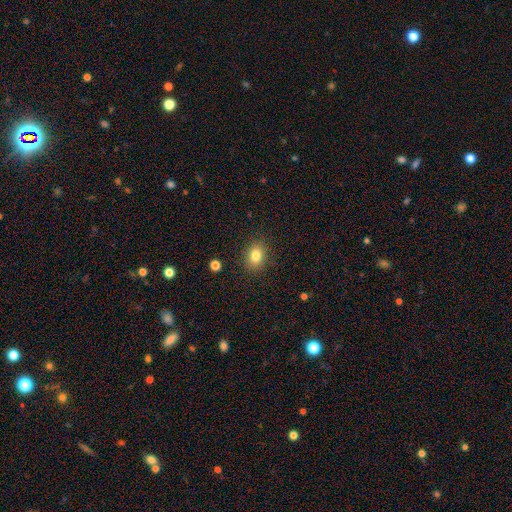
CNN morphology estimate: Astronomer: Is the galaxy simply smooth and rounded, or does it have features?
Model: smooth — 82%.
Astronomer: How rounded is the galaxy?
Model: in between — 59% (runner-up: round, 40%).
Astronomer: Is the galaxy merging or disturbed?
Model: none — 87%.